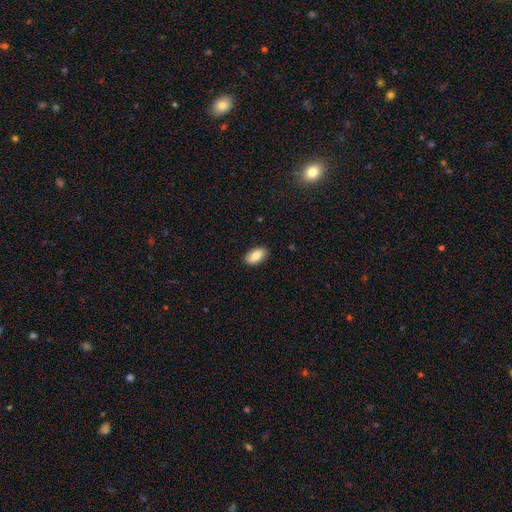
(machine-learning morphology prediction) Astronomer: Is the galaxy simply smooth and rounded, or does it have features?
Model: smooth — 84%.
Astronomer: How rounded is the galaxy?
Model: in between — 94%.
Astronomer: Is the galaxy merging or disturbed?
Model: none — 89%.